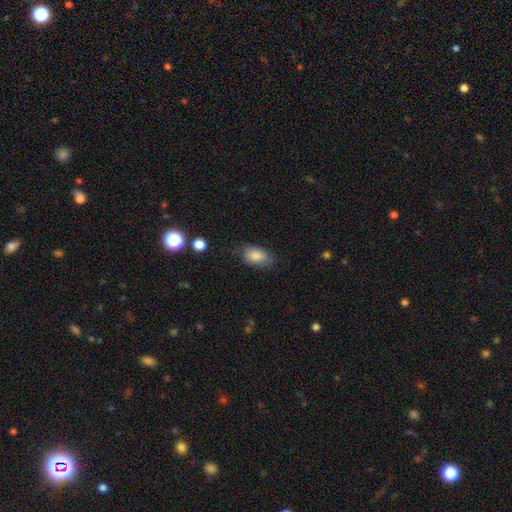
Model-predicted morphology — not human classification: smooth_or_featured: smooth (p=0.86) [alt: star or artifact p=0.08]
how_rounded: in between (p=0.89) [alt: round p=0.09]
merging: none (p=0.73) [alt: minor disturbance p=0.20]